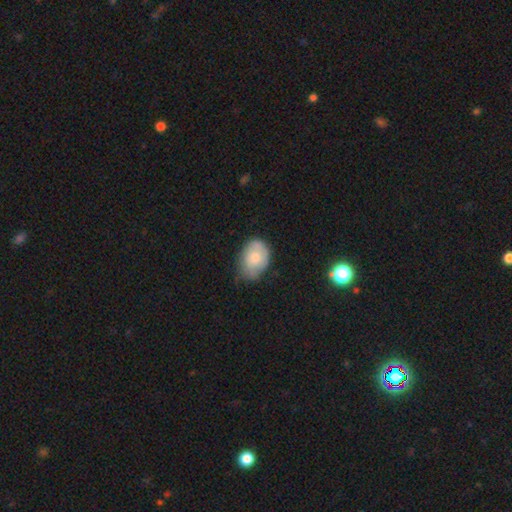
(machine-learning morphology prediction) smooth-or-featured: smooth: 71% | featured or disk: 22% | star or artifact: 7%
  how-rounded: in between: 75% | round: 24% | cigar-shaped: 1%
  merging: none: 55% | minor disturbance: 35% | major disturbance: 7% | merger: 2%